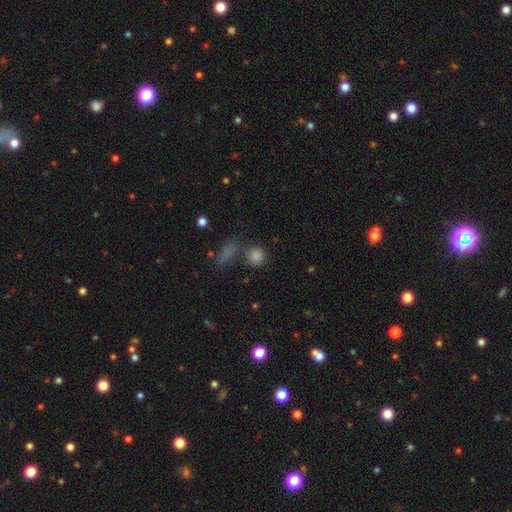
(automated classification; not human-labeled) Q: Smooth or featured?
A: smooth (82%); runner-up: star or artifact (12%)
Q: How rounded?
A: round (86%); runner-up: in between (12%)
Q: Merging?
A: none (68%); runner-up: merger (17%)